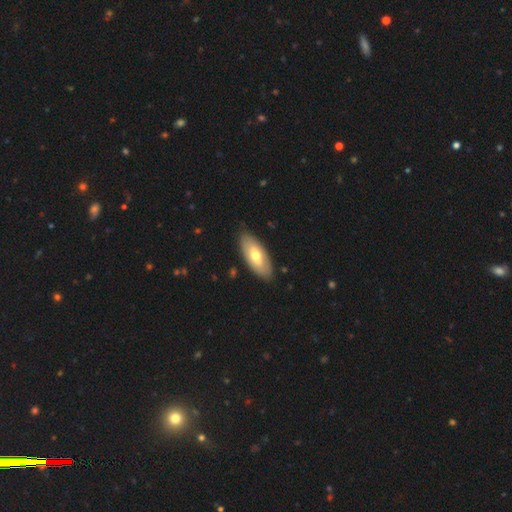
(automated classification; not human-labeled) A smooth galaxy with no disk features (57%) that is in between round and cigar-shaped (87%). Merging: none (85%).